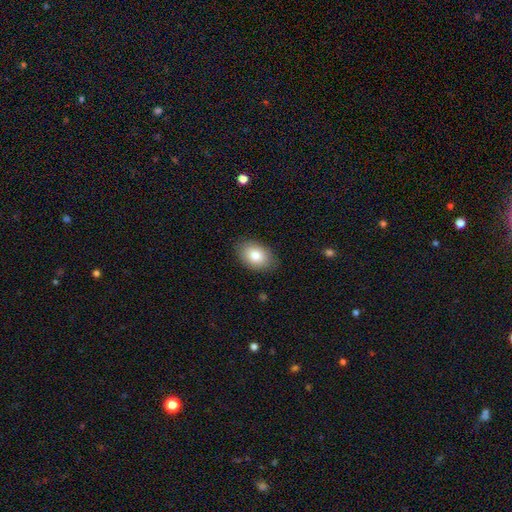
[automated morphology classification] smooth-or-featured: smooth: 81% | featured or disk: 11% | star or artifact: 8%
  how-rounded: in between: 83% | round: 16% | cigar-shaped: 1%
  merging: none: 86% | minor disturbance: 11% | major disturbance: 2% | merger: 1%